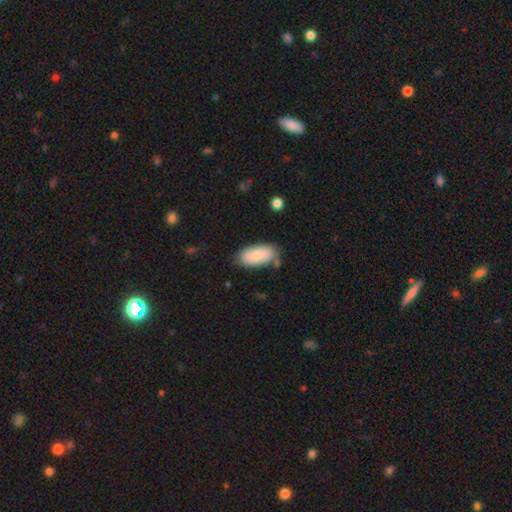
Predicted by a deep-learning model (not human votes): Smooth or featured: smooth — 77% (featured or disk — 17%)
How rounded: in between — 92% (cigar-shaped — 6%)
Merging: none — 68% (minor disturbance — 21%)